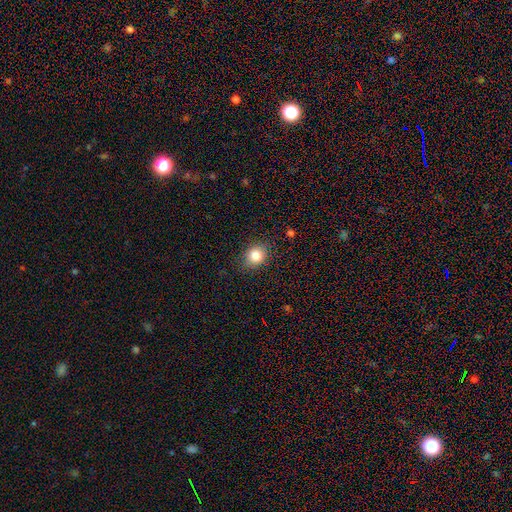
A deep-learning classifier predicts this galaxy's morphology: type=smooth (83%); roundness=round (68%); merging=none (83%).